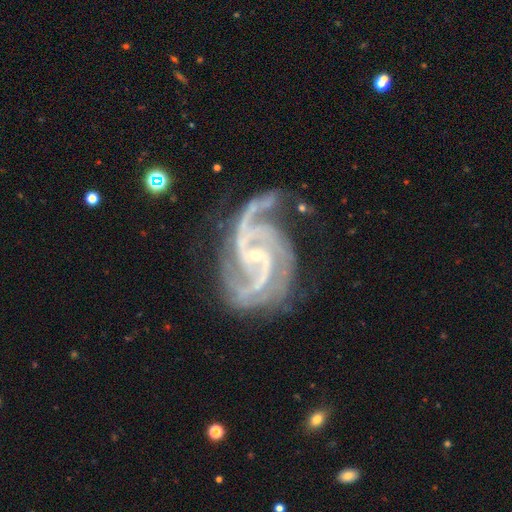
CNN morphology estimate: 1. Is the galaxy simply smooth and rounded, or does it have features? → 93% featured or disk, 5% star or artifact, 2% smooth.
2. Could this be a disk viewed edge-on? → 98% no, 2% yes.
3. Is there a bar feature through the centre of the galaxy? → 41% weak, 36% no, 23% strong.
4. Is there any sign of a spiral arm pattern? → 99% yes, 1% no.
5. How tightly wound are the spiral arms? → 58% medium, 28% tight, 14% loose.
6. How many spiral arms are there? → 44% 2, 30% 3, 8% 4, 7% can't tell, 6% more than 4, 6% 1.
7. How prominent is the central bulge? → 78% small, 18% moderate, 2% none, 1% large, 1% dominant.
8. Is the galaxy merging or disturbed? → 56% none, 24% minor disturbance, 16% major disturbance, 4% merger.